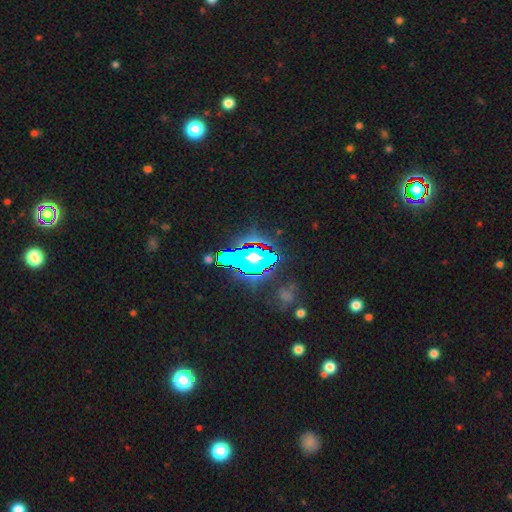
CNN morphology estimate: smooth_or_featured: star or artifact (p=0.73) [alt: smooth p=0.14]